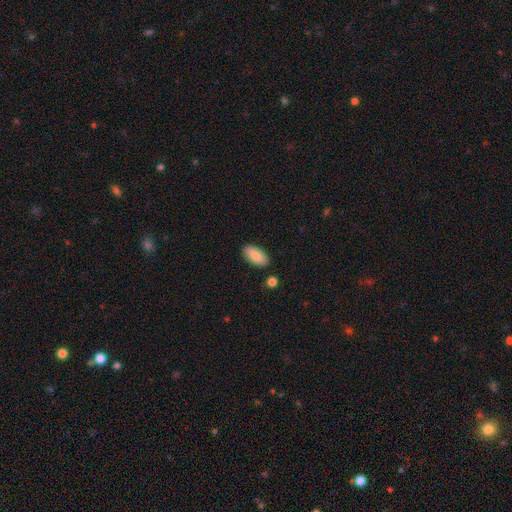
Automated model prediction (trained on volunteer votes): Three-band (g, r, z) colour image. It shows a smooth galaxy with no disk features (84%) that is in between round and cigar-shaped (92%). Merging: none (86%).